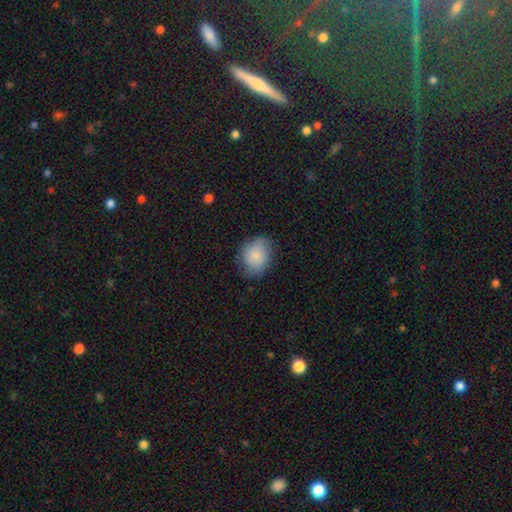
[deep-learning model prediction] Overall: smooth (76%). How rounded: in between (60%; round 39%). Merging: none (69%).